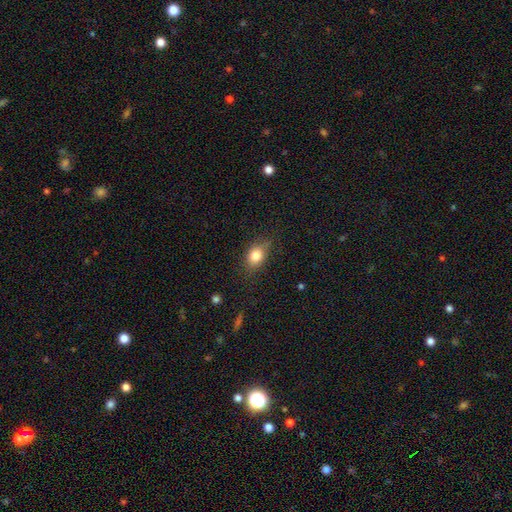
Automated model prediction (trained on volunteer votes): smooth 80%, featured or disk 10%, star or artifact 10%. Down the decision tree: how rounded — in between (67%); merging — none (74%).